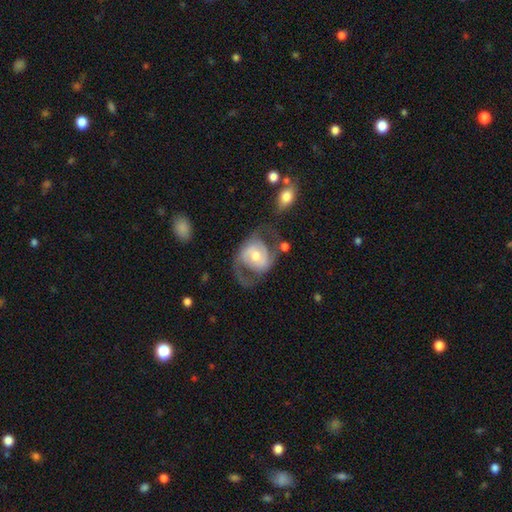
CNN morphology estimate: type=featured or disk (71%); edge-on=no (96%); bar=no (50%); spiral arms=yes (82%); winding=medium (47%); arm count=2 (81%); bulge=moderate (65%); merging=none (47%).